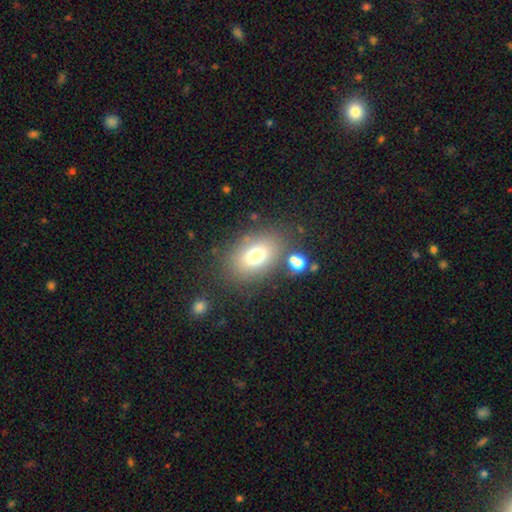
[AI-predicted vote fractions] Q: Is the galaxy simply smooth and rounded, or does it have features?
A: smooth — 73%.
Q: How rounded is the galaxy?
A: in between — 77%.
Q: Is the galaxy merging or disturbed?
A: none — 74%.